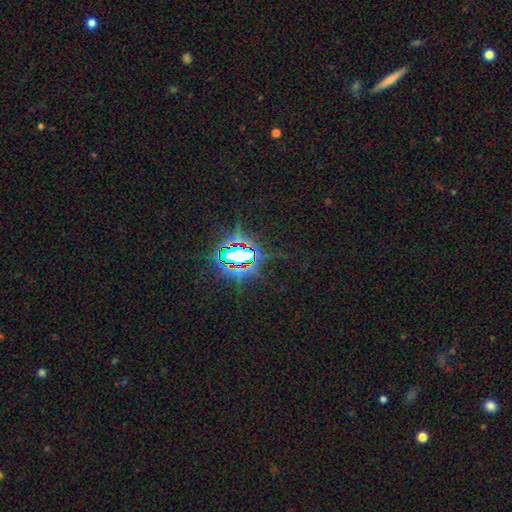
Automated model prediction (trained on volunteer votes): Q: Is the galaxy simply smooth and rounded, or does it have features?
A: star or artifact — 80%.